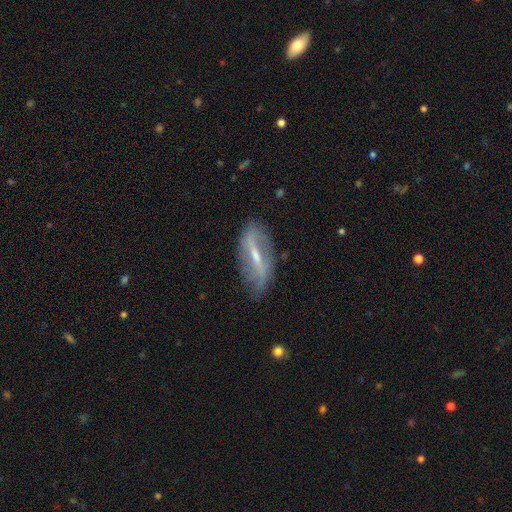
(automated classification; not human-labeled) smooth-or-featured: featured or disk: 71% | smooth: 21% | star or artifact: 7%
  disk-edge-on: no: 74% | yes: 26%
    bar: strong: 58% | weak: 31% | no: 11%
    has-spiral-arms: yes: 62% | no: 38%
    bulge-size: small: 49% | moderate: 43% | none: 4% | large: 2% | dominant: 1%
  merging: none: 71% | minor disturbance: 21% | major disturbance: 7% | merger: 2%